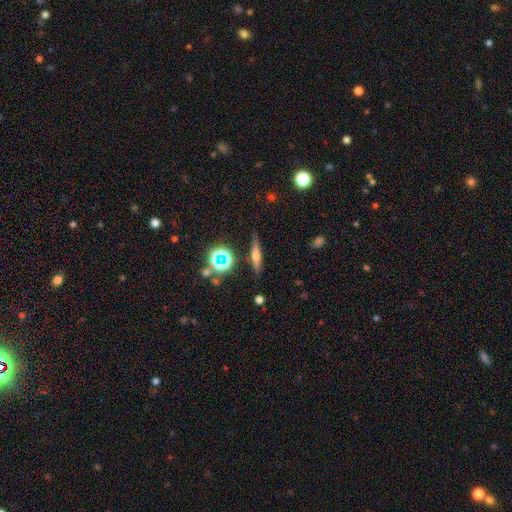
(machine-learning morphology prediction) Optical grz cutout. It shows a featured or disk galaxy (43%). Merging: none (83%).